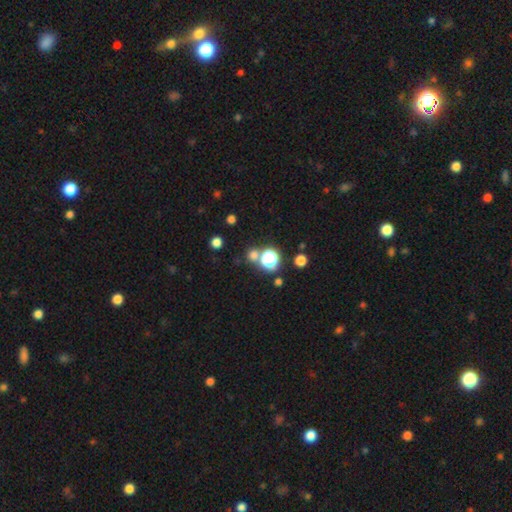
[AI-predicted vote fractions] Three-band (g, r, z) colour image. It shows a star or artifact, not a galaxy (55%).